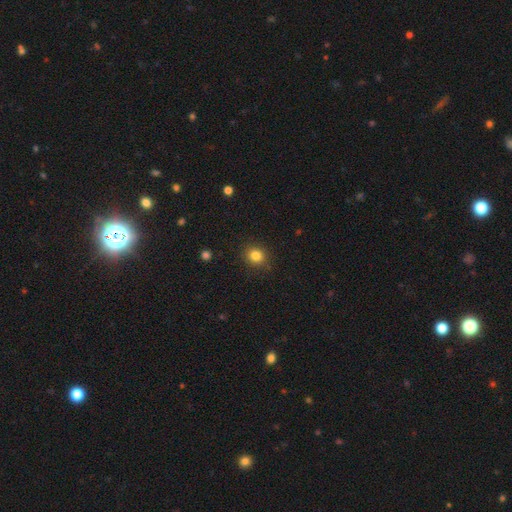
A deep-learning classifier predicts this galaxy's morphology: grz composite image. It shows a smooth galaxy with no disk features (83%) that is round (80%). Merging: none (89%).